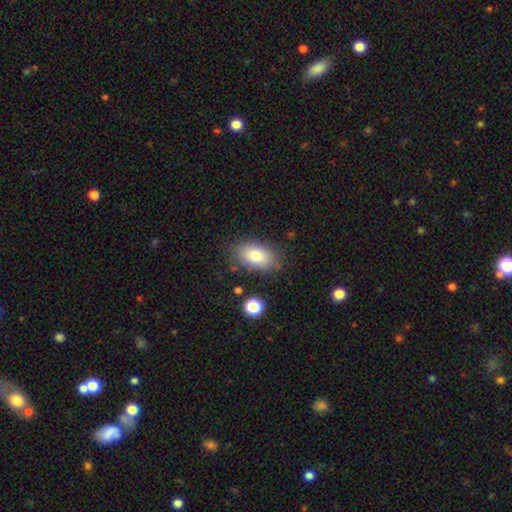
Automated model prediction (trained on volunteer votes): The model was most divided on "merging": none: 81%, minor disturbance: 13%, major disturbance: 4%, merger: 2%. More confident: how rounded — in between (90%); smooth or featured — smooth (80%).